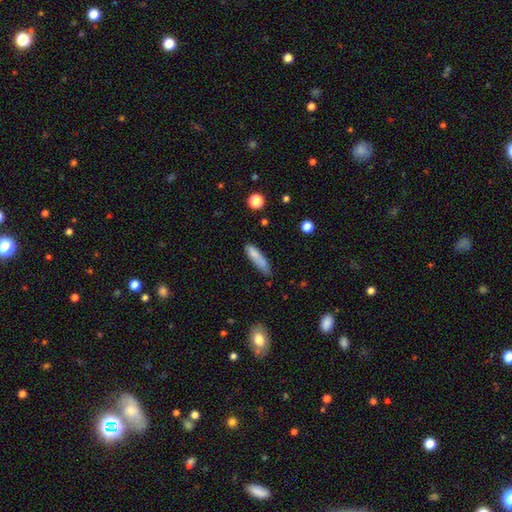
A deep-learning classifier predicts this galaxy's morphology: Smooth or featured: smooth — 80% (featured or disk — 13%)
How rounded: cigar-shaped — 73% (in between — 25%)
Merging: none — 56% (minor disturbance — 30%)